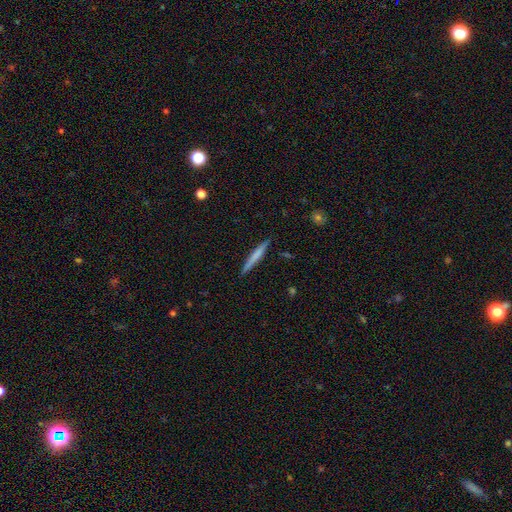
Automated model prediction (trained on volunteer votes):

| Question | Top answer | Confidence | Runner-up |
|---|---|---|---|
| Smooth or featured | smooth | 60% | featured or disk (35%) |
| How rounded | cigar-shaped | 96% | in between (3%) |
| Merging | none | 89% | minor disturbance (8%) |